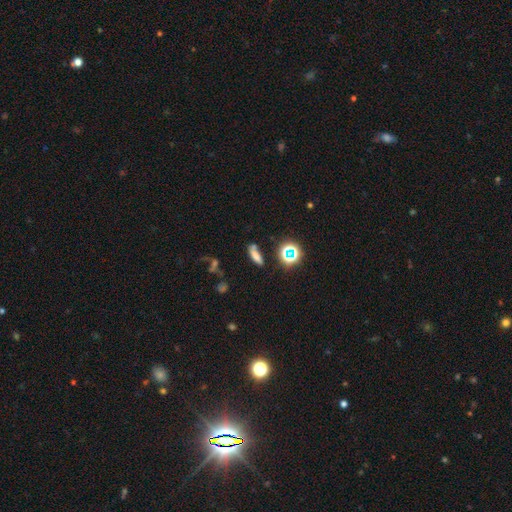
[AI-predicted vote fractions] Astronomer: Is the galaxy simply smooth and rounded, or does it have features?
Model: smooth — 62%.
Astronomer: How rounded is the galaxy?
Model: cigar-shaped — 48% (runner-up: in between, 43%).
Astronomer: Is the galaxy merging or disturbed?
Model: none — 64%.